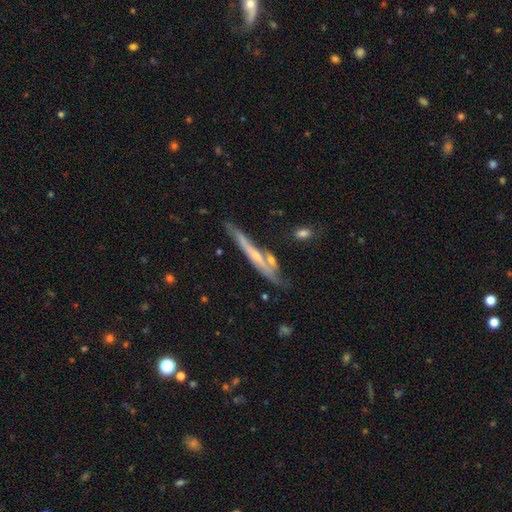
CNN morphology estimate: Smooth or featured?
  - featured or disk: 65% *
  - smooth: 28%
  - star or artifact: 7%
Edge-on disk?
  - yes: 87% *
  - no: 13%
Edge-on bulge?
  - rounded: 48% *
  - none: 46%
  - boxy: 6%
Merging?
  - none: 60% *
  - minor disturbance: 22%
  - merger: 12%
  - major disturbance: 6%